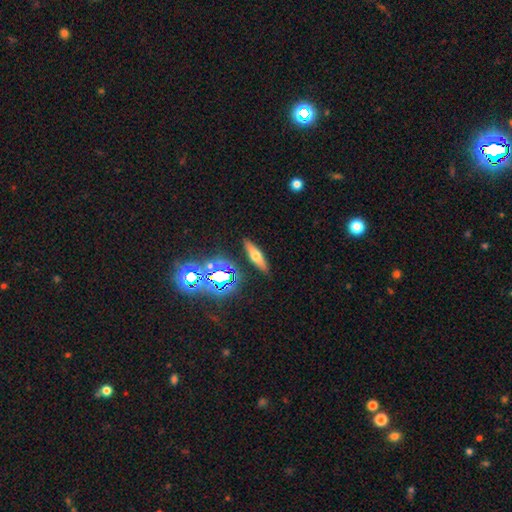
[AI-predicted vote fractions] The model was most divided on "smooth or featured": smooth: 47%, featured or disk: 36%, star or artifact: 17%. More confident: merging — none (88%).